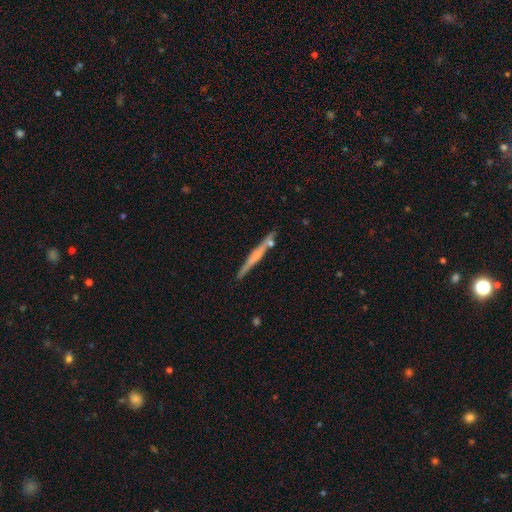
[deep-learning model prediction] Smooth or featured: featured or disk — 55% (smooth — 39%)
Edge-on disk: yes — 97% (no — 3%)
Edge-on bulge: none — 51% (rounded — 32%)
Merging: none — 81% (minor disturbance — 11%)